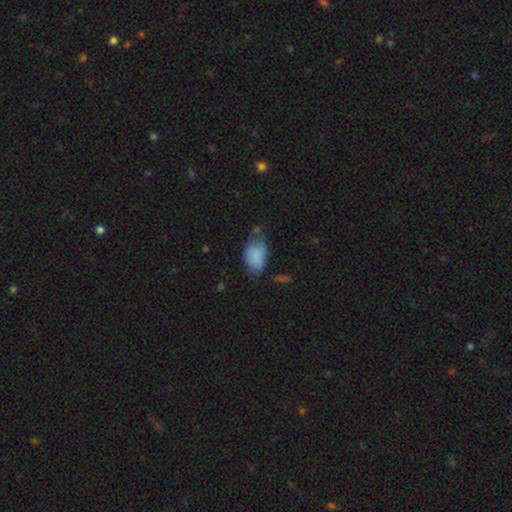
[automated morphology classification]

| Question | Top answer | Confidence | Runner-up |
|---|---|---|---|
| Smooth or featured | smooth | 80% | featured or disk (11%) |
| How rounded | in between | 90% | round (8%) |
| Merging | none | 41% | minor disturbance (38%) |